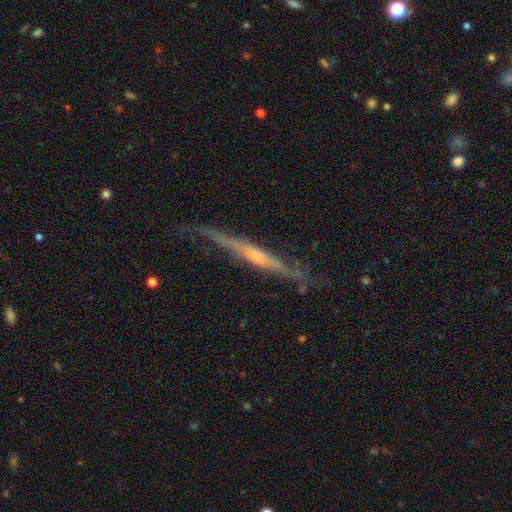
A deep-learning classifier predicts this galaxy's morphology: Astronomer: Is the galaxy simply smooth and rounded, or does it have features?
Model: featured or disk — 79%.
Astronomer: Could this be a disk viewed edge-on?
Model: yes — 95%.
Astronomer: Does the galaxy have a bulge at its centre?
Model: rounded — 61%.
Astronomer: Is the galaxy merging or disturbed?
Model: none — 73%.